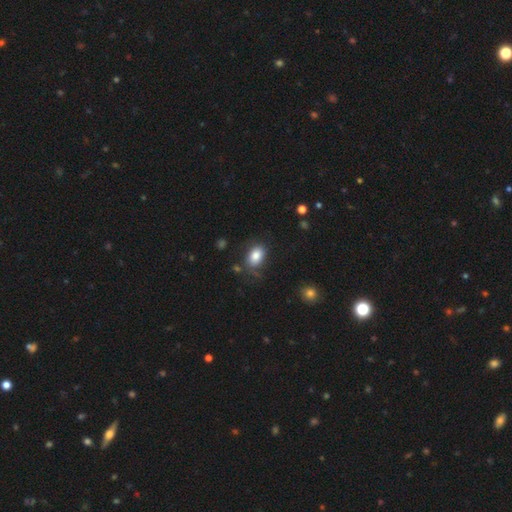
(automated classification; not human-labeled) This appears to be a smooth galaxy with no disk features (84%) that is in between round and cigar-shaped (83%). Merging: none (71%).